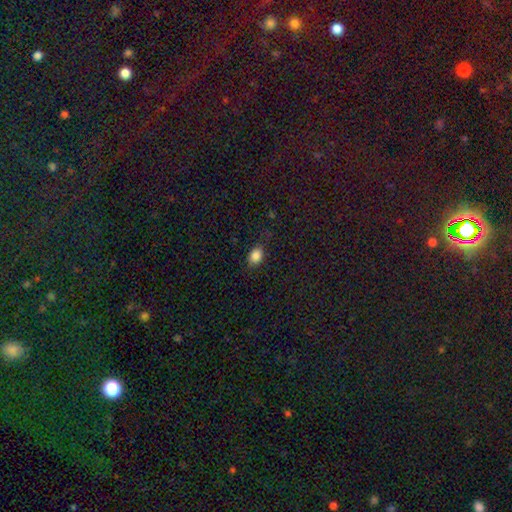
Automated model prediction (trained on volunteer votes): smooth 84%, star or artifact 10%, featured or disk 5%. Down the decision tree: how rounded — in between (72%); merging — none (77%).